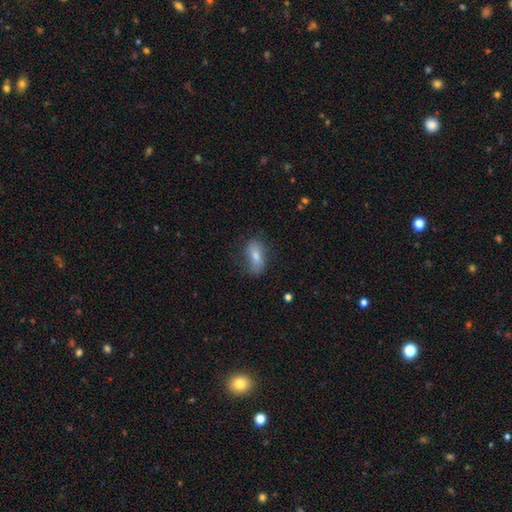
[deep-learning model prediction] The model was most divided on "merging": none: 65%, minor disturbance: 23%, major disturbance: 9%, merger: 2%. More confident: how rounded — in between (85%); smooth or featured — smooth (71%).